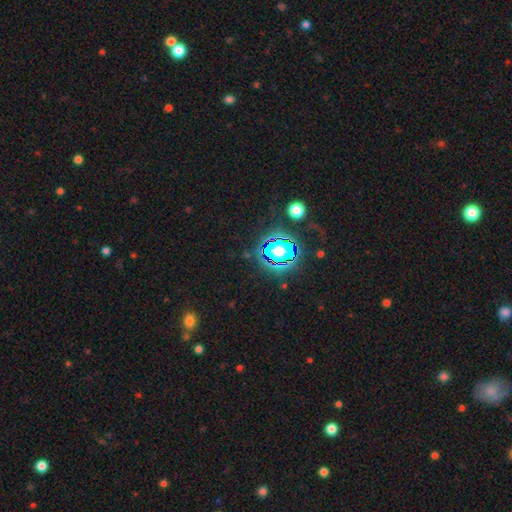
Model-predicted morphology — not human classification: A star or artifact, not a galaxy (80%).

Vote fractions:
- Smooth or featured? star or artifact: 80% / smooth: 12% / featured or disk: 8%